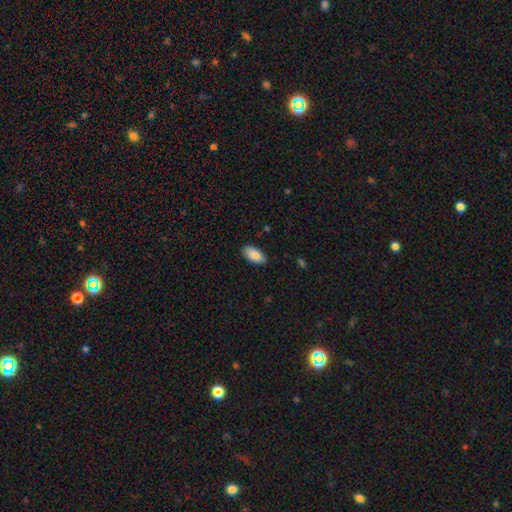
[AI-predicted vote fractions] A smooth galaxy with no disk features (83%) that is in between round and cigar-shaped (94%). Merging: none (87%).